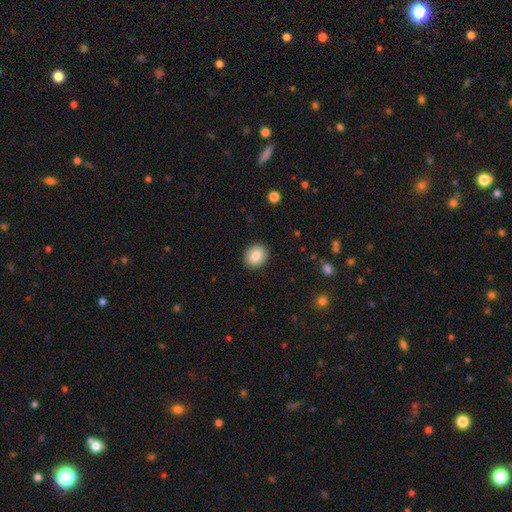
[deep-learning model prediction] smooth_or_featured: smooth (p=0.82) [alt: featured or disk p=0.10]
how_rounded: round (p=0.66) [alt: in between p=0.33]
merging: none (p=0.90) [alt: minor disturbance p=0.07]